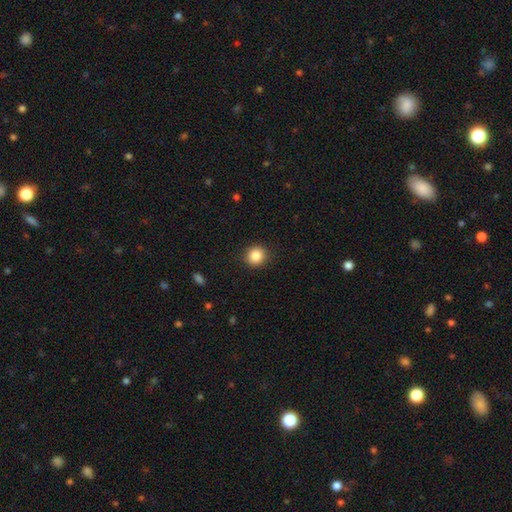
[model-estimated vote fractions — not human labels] A smooth galaxy with no disk features (86%) that is round (89%). Merging: none (90%).